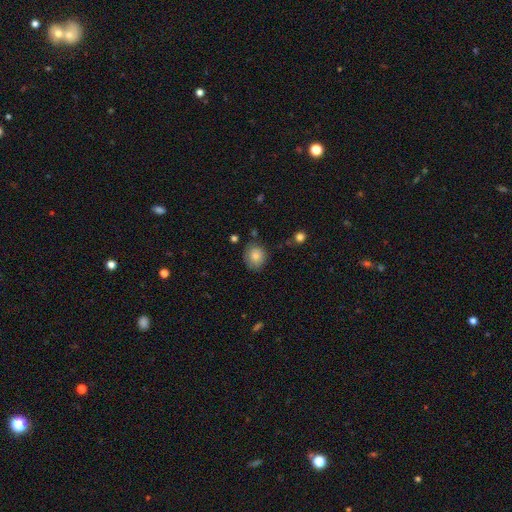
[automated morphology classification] This is clearly a smooth galaxy (84%). How rounded: likely round (69%). Merging: likely none (78%).